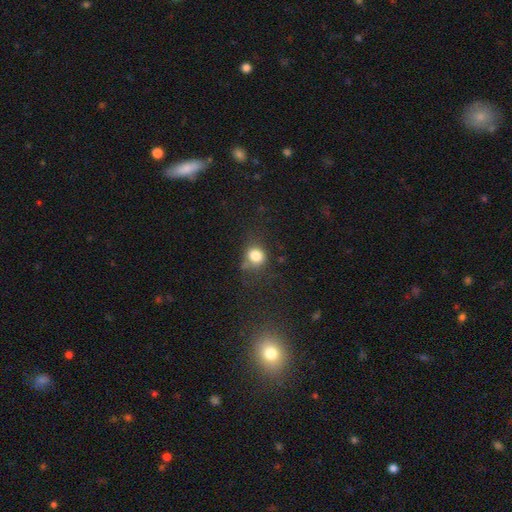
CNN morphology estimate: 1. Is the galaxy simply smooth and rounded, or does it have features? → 79% smooth, 12% star or artifact, 8% featured or disk.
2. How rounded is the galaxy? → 73% round, 26% in between, 1% cigar-shaped.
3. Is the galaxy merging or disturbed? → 57% none, 25% minor disturbance, 12% major disturbance, 6% merger.